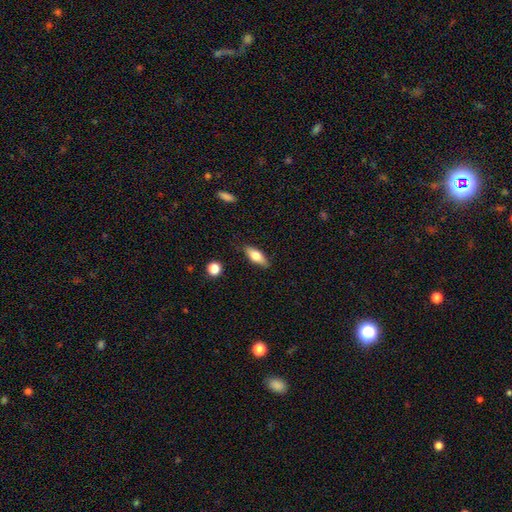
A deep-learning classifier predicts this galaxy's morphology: smooth 69%, featured or disk 25%, star or artifact 7%. Down the decision tree: how rounded — in between (70%); merging — none (84%).